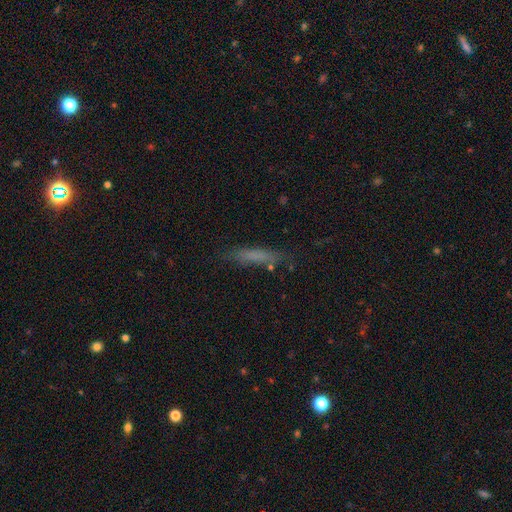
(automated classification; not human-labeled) The model was most divided on "smooth or featured": smooth: 69%, featured or disk: 20%, star or artifact: 11%. More confident: how rounded — cigar-shaped (85%); merging — none (76%).